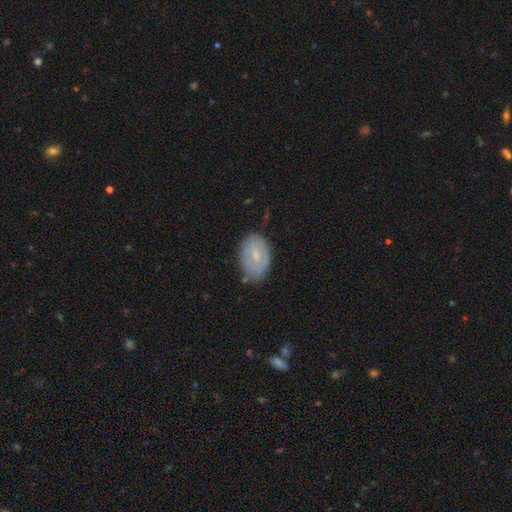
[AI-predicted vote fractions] Smooth or featured? smooth (48%)
Merging? none (70%)